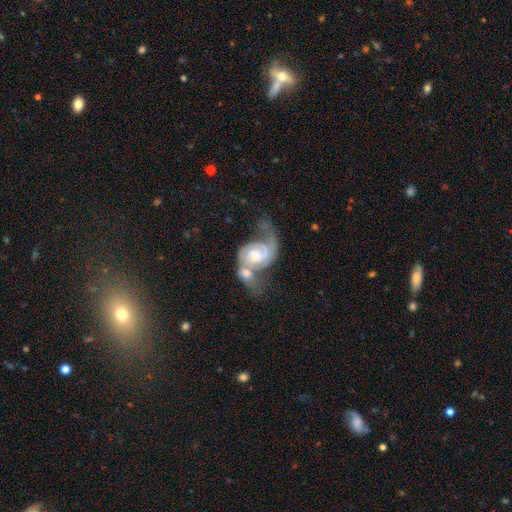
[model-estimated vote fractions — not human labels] smooth-or-featured: featured or disk: 84% | smooth: 11% | star or artifact: 5%
  disk-edge-on: no: 97% | yes: 3%
    bar: no: 61% | weak: 33% | strong: 7%
    has-spiral-arms: yes: 94% | no: 6%
      spiral-winding: medium: 42% | loose: 35% | tight: 23%
      spiral-arm-count: 2: 73% | 1: 18% | can't tell: 6% | 3: 1% | 4: 1% | more than 4: 1%
    bulge-size: moderate: 57% | small: 27% | large: 11% | none: 3% | dominant: 2%
  merging: merger: 56% | none: 18% | major disturbance: 17% | minor disturbance: 9%